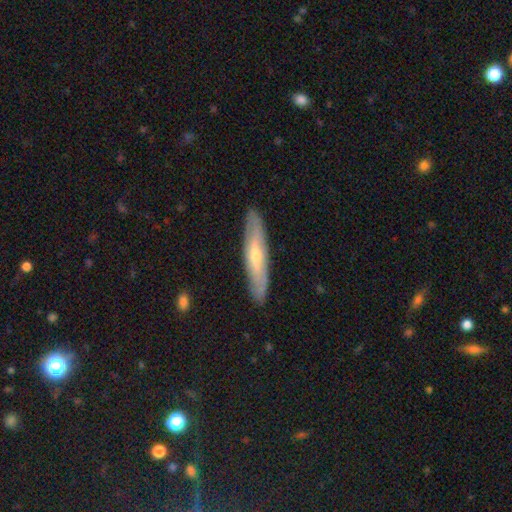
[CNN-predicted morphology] The model was most divided on "smooth or featured": featured or disk: 56%, smooth: 38%, star or artifact: 6%. More confident: merging — none (89%); edge-on disk — yes (61%).